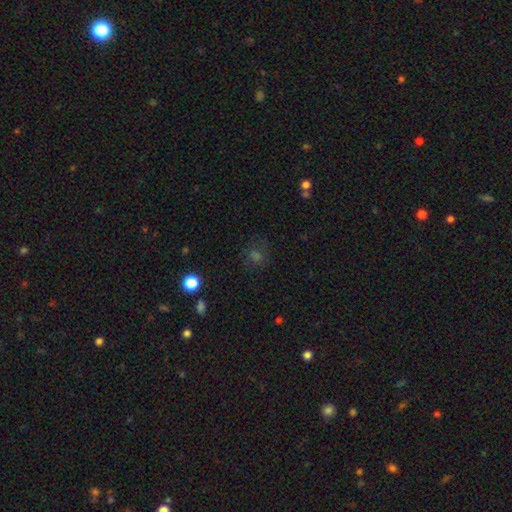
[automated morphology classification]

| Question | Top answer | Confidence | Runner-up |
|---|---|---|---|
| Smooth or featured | smooth | 50% | star or artifact (37%) |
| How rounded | round | 74% | in between (25%) |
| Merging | none | 74% | minor disturbance (14%) |